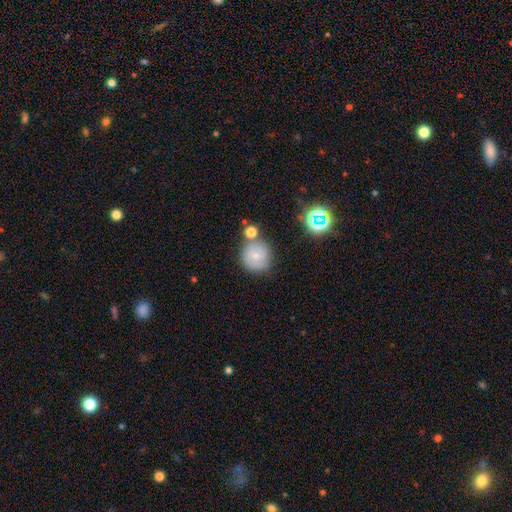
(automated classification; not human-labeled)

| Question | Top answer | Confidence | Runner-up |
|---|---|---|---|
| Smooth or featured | smooth | 64% | featured or disk (23%) |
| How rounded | round | 92% | in between (7%) |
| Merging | none | 64% | minor disturbance (16%) |